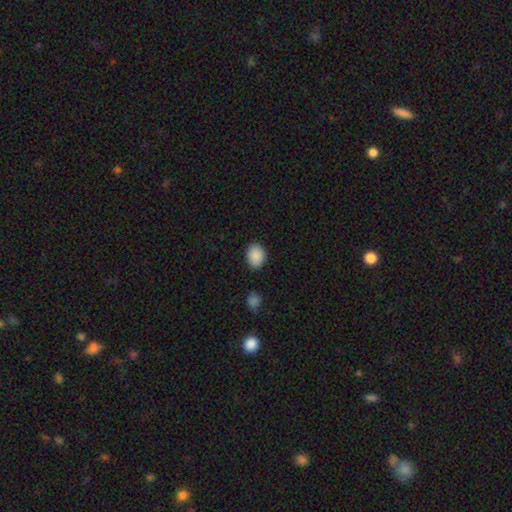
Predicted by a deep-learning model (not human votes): This appears to be a smooth galaxy with no disk features (89%) that is in between round and cigar-shaped (64%). Merging: none (84%).